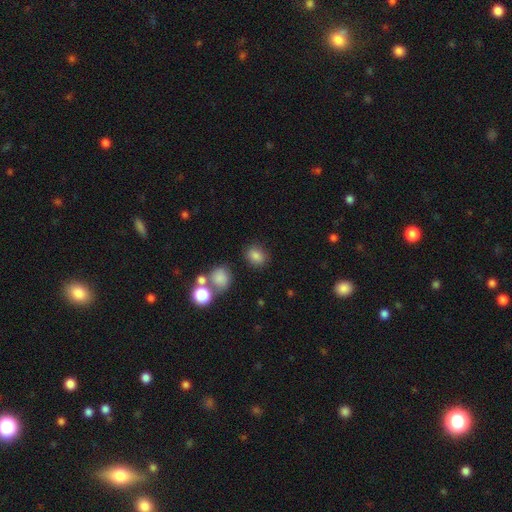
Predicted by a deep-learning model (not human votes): smooth 81%, star or artifact 12%, featured or disk 6%. Down the decision tree: how rounded — round (57%); merging — none (81%).